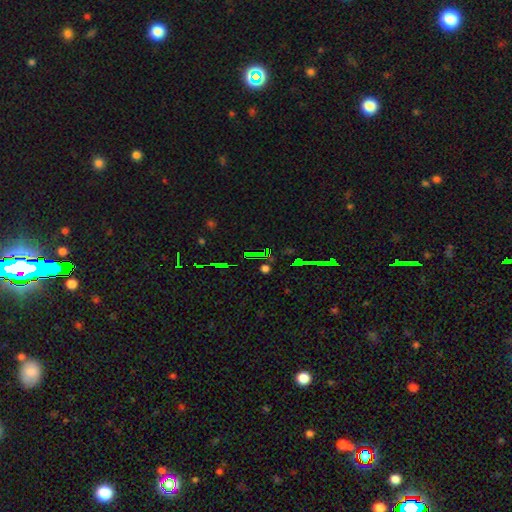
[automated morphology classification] star or artifact 72%, smooth 16%, featured or disk 12%.